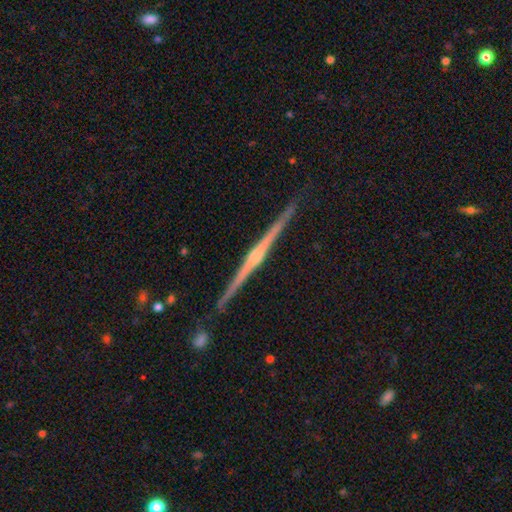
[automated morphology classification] This appears to be a featured or disk galaxy (86%) viewed edge-on (99%) with a rounded central bulge (77%). Merging: none (90%).